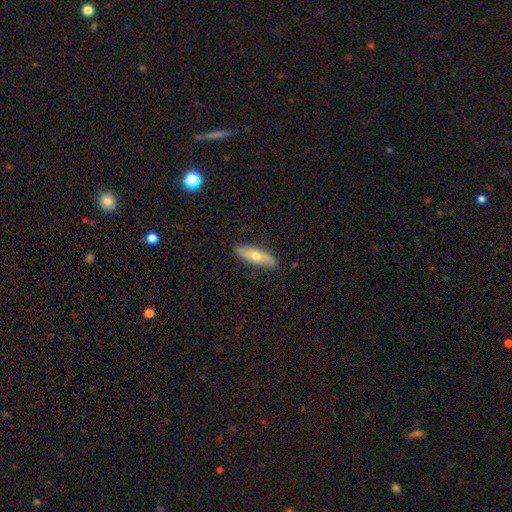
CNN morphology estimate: This appears to be a smooth galaxy with no disk features (60%) that is cigar-shaped (51%). Merging: none (86%).